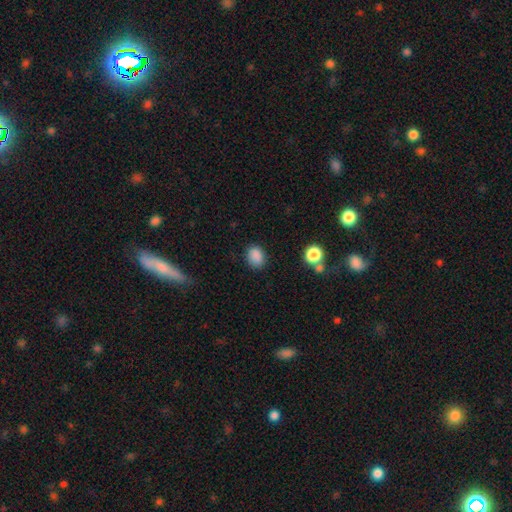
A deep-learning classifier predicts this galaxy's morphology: smooth 87%, star or artifact 10%, featured or disk 3%. Down the decision tree: how rounded — in between (59%); merging — none (83%).